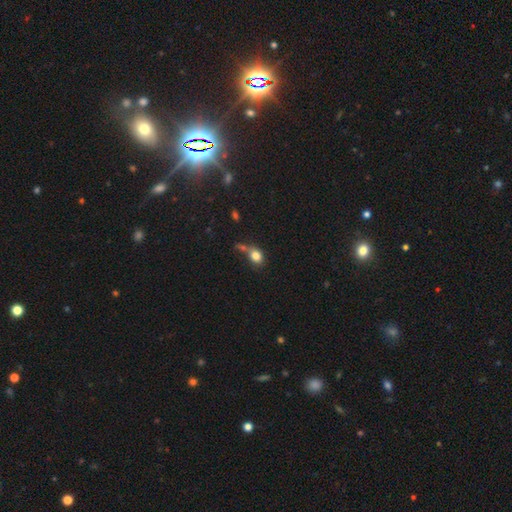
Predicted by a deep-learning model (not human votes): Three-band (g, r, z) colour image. It shows a smooth galaxy with no disk features (80%) that is in between round and cigar-shaped (50%). Merging: none (42%).